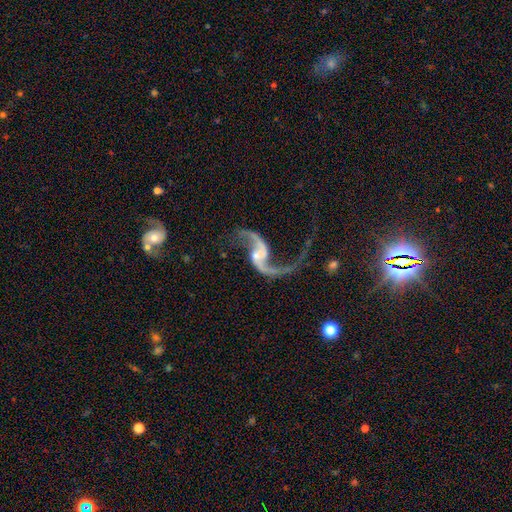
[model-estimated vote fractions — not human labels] This appears to be a featured or disk galaxy (92%) with no bar (43%), 2 (93%) loose (90%) spiral arms (97%) and a small central bulge (50%). Merging: none (57%).